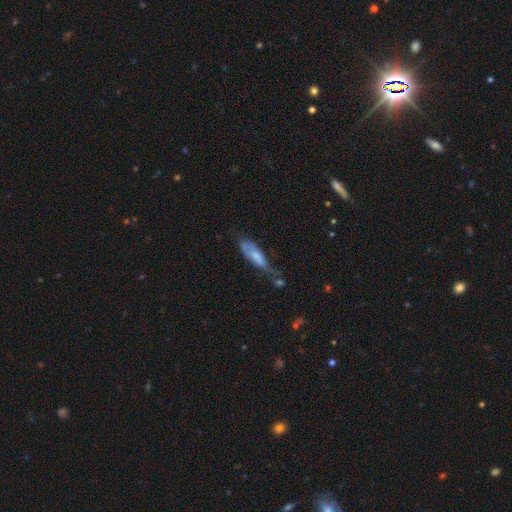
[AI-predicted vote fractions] A smooth galaxy with no disk features (62%) that is in between round and cigar-shaped (50%).

Vote fractions:
- Smooth or featured? smooth: 62% / featured or disk: 30% / star or artifact: 8%
- How rounded? in between: 50% / cigar-shaped: 48% / round: 2%
- Merging? minor disturbance: 33% / none: 29% / major disturbance: 27% / merger: 11%